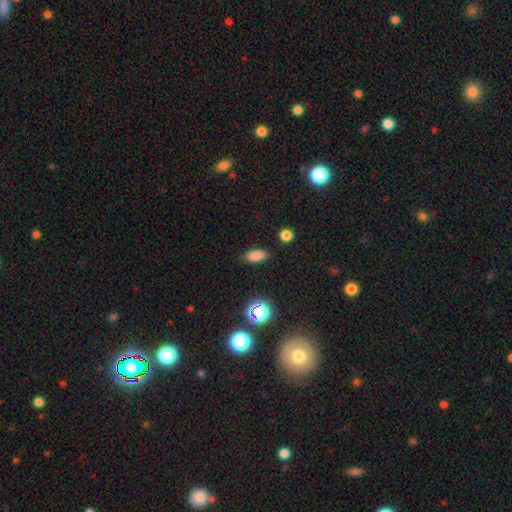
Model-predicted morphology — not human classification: smooth_or_featured: smooth (p=0.81) [alt: star or artifact p=0.13]
how_rounded: in between (p=0.85) [alt: cigar-shaped p=0.09]
merging: none (p=0.83) [alt: minor disturbance p=0.12]